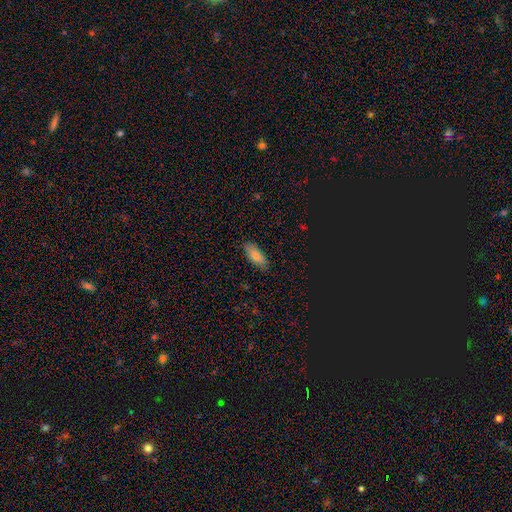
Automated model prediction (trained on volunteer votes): A smooth galaxy with no disk features (78%) that is in between round and cigar-shaped (75%).

Vote fractions:
- Smooth or featured? smooth: 78% / featured or disk: 14% / star or artifact: 8%
- How rounded? in between: 75% / cigar-shaped: 23% / round: 2%
- Merging? none: 86% / minor disturbance: 11% / major disturbance: 2% / merger: 1%